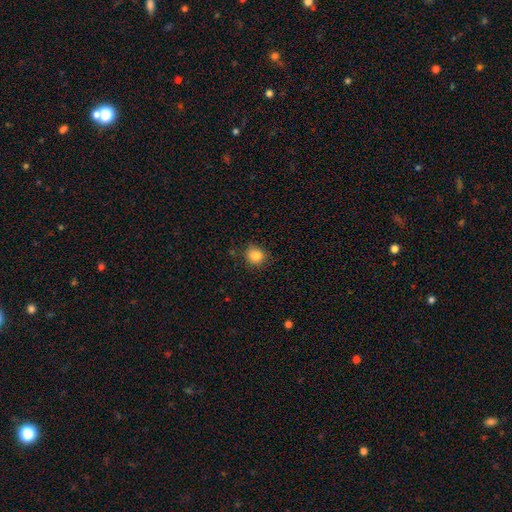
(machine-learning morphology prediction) smooth 85%, star or artifact 11%, featured or disk 4%. Down the decision tree: how rounded — round (83%); merging — none (81%).